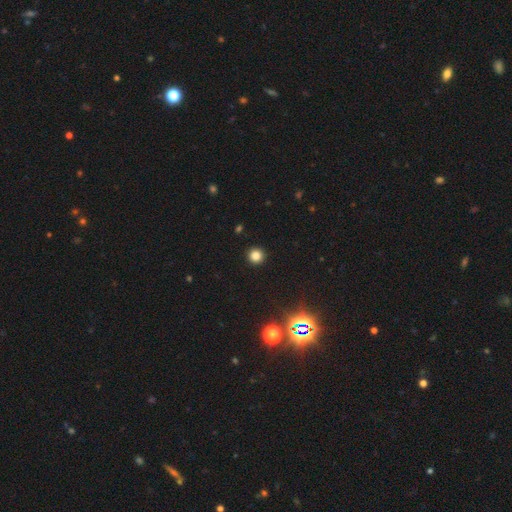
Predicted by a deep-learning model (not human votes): Overall: smooth (81%). How rounded: round (96%). Merging: none (93%).